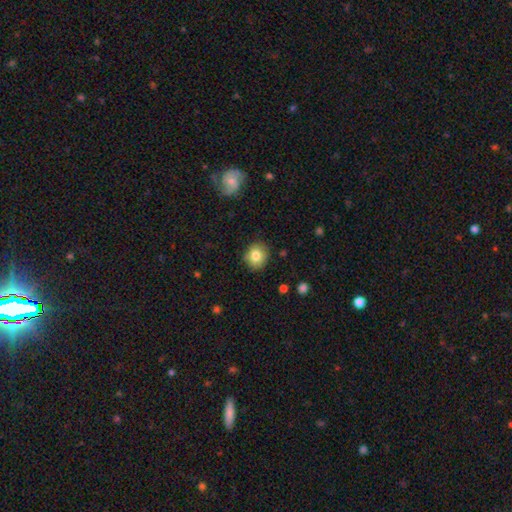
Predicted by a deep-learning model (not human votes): Smooth or featured?
  - smooth: 81% *
  - star or artifact: 9%
  - featured or disk: 9%
How rounded?
  - round: 77% *
  - in between: 22%
  - cigar-shaped: 1%
Merging?
  - none: 84% *
  - minor disturbance: 12%
  - major disturbance: 2%
  - merger: 1%